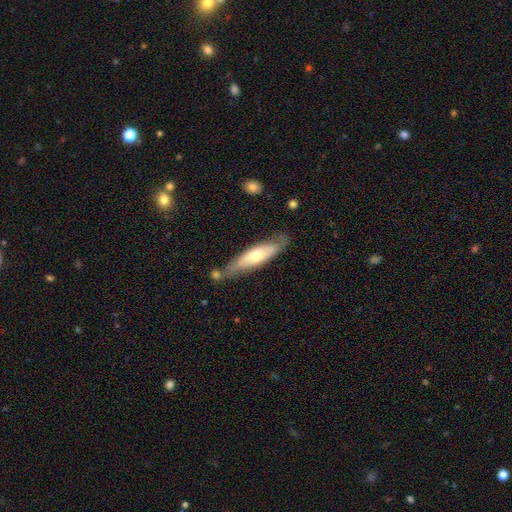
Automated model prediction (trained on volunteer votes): Smooth or featured?
  - smooth: 51% *
  - featured or disk: 44%
  - star or artifact: 5%
How rounded?
  - cigar-shaped: 73% *
  - in between: 26%
  - round: 2%
Merging?
  - none: 65% *
  - minor disturbance: 22%
  - merger: 8%
  - major disturbance: 5%